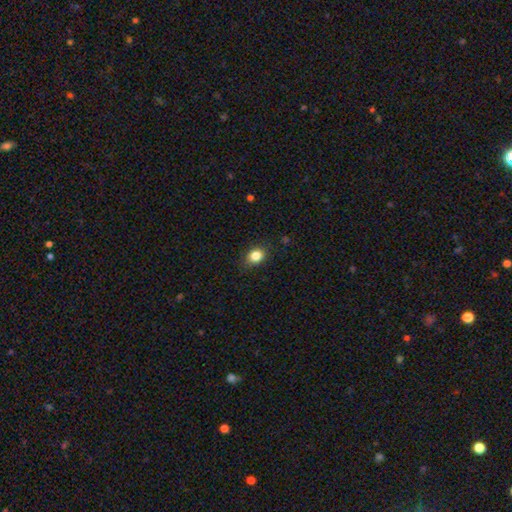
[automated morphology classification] This appears to be a smooth galaxy with no disk features (84%) that is round (53%). Merging: none (83%).